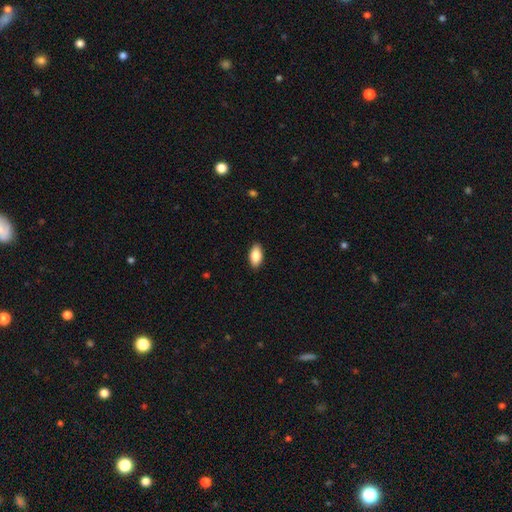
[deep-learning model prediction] This appears to be a smooth galaxy with no disk features (84%) that is in between round and cigar-shaped (92%). Merging: none (89%).